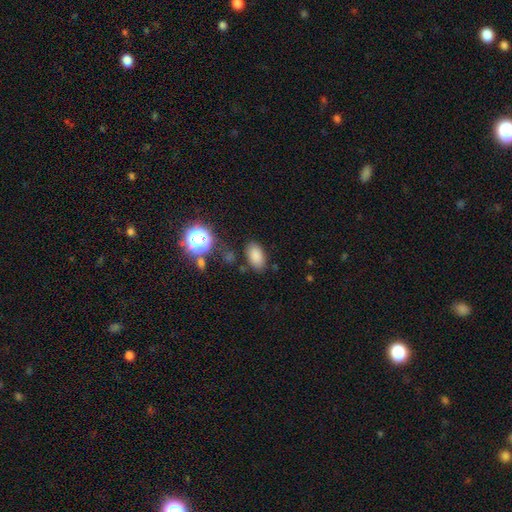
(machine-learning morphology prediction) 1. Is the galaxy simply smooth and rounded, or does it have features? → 82% smooth, 13% star or artifact, 6% featured or disk.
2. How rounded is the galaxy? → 91% in between, 7% round, 2% cigar-shaped.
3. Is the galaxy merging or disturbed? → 81% none, 11% minor disturbance, 4% major disturbance, 4% merger.